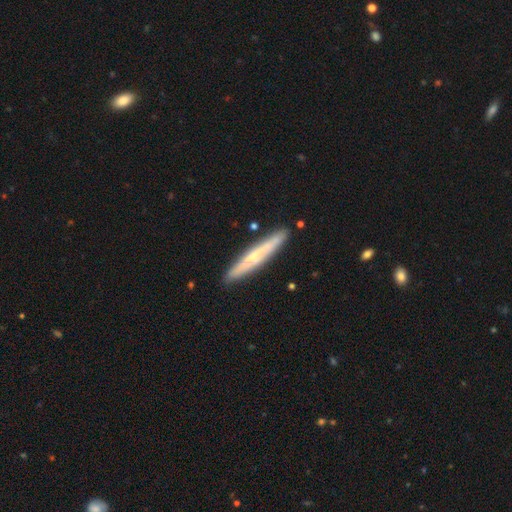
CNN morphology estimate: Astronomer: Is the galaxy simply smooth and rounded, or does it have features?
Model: smooth — 52% (runner-up: featured or disk, 42%).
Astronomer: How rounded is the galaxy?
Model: cigar-shaped — 95%.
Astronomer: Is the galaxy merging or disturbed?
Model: none — 89%.